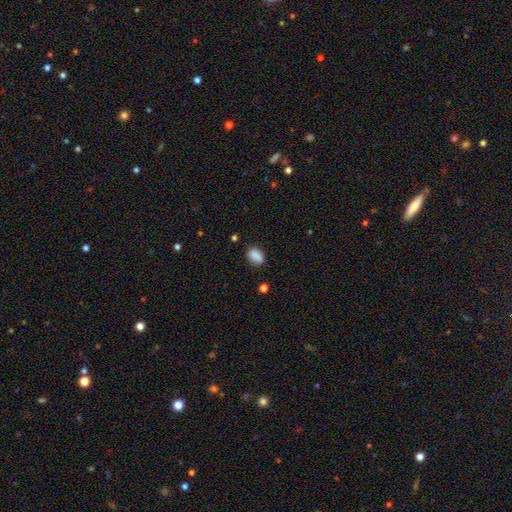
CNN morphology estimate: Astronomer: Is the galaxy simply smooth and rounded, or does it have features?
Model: smooth — 86%.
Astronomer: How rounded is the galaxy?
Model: in between — 78%.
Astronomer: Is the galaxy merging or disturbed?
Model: none — 73%.